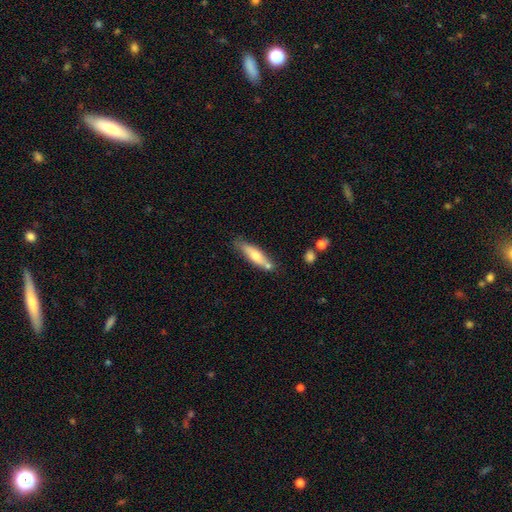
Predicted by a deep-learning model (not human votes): This appears to be a smooth galaxy with no disk features (62%) that is cigar-shaped (69%). Merging: none (65%).